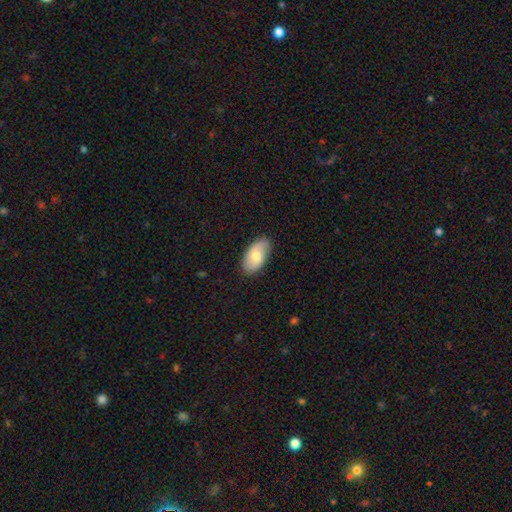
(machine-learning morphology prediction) Smooth or featured? smooth (70%)
How rounded? in between (94%)
Merging? none (84%)